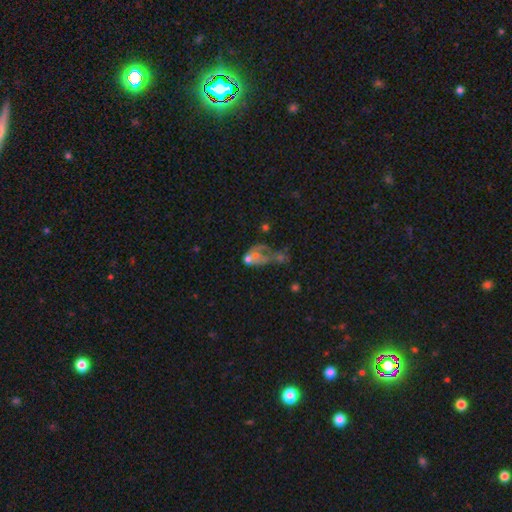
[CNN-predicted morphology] Overall: featured or disk (47%; smooth 36%). Merging: merger (36%, tied with major disturbance).